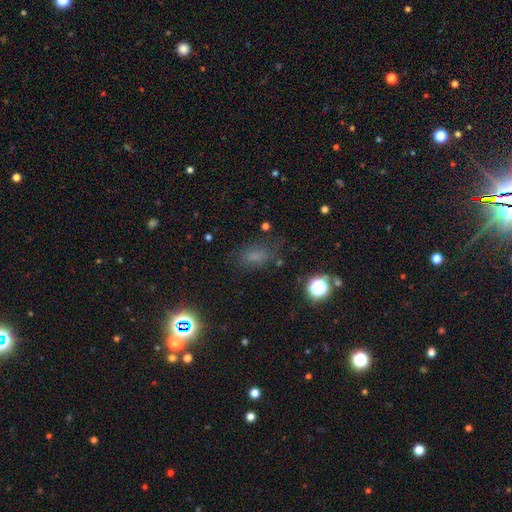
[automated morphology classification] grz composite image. It shows a smooth galaxy with no disk features (64%) that is in between round and cigar-shaped (76%). Merging: none (69%).